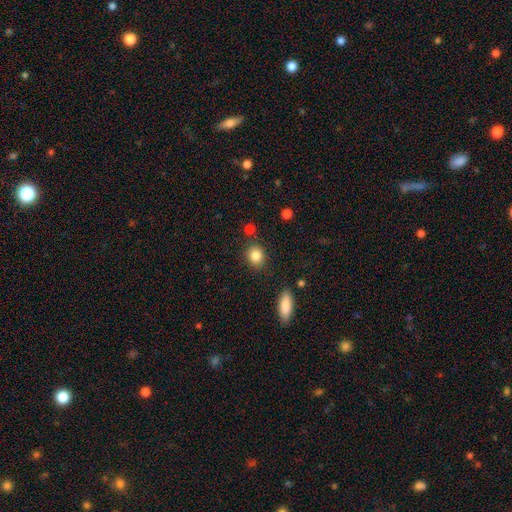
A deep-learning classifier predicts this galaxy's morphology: This is clearly a smooth galaxy (86%). How rounded: likely round (64%). Merging: clearly none (84%).